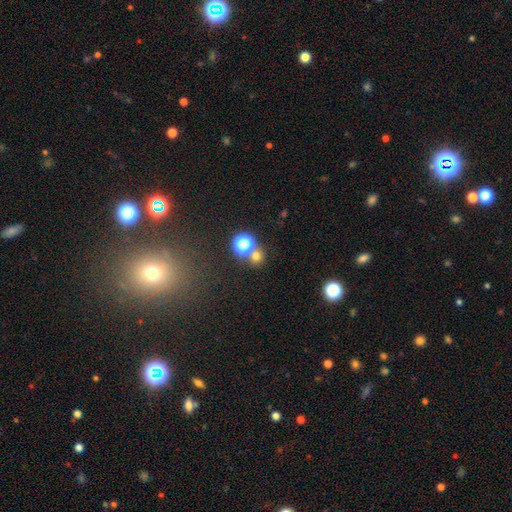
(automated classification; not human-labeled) This is likely a smooth galaxy (69%). How rounded: clearly round (87%). Merging: likely none (65%).